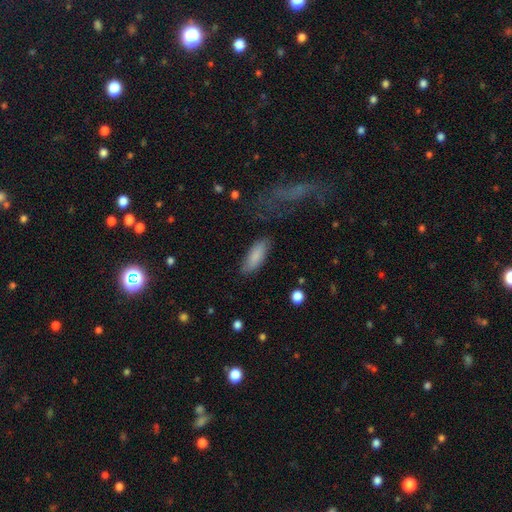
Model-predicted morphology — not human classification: The model was most divided on "how rounded": in between: 68%, cigar-shaped: 30%, round: 2%. More confident: smooth or featured — smooth (84%); merging — none (80%).